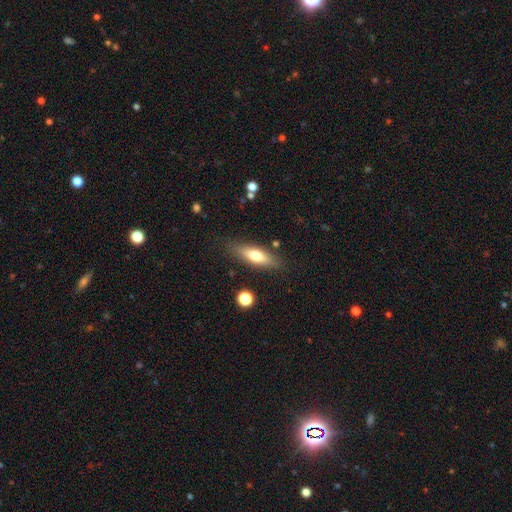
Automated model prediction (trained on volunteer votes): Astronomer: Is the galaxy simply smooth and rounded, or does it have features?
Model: smooth — 66%.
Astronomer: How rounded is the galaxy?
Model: in between — 52% (runner-up: cigar-shaped, 46%).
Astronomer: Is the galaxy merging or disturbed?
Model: none — 81%.